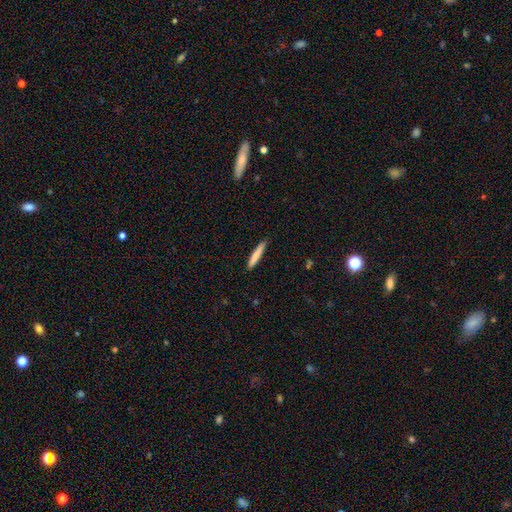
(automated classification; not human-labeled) smooth_or_featured: smooth (p=0.78) [alt: featured or disk p=0.16]
how_rounded: cigar-shaped (p=0.94) [alt: in between p=0.05]
merging: none (p=0.86) [alt: minor disturbance p=0.11]